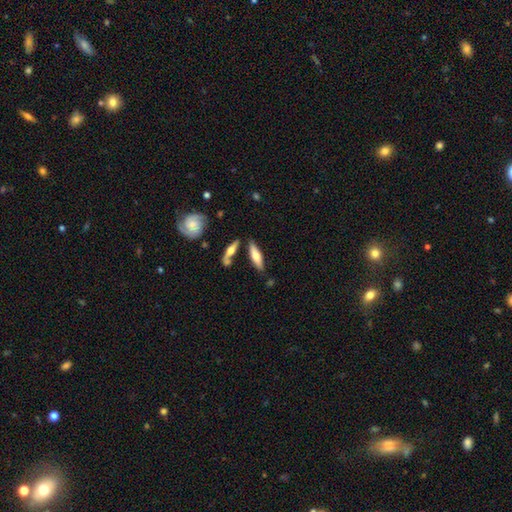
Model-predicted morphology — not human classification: This appears to be a smooth galaxy with no disk features (59%) that is cigar-shaped (58%). Merging: none (73%).